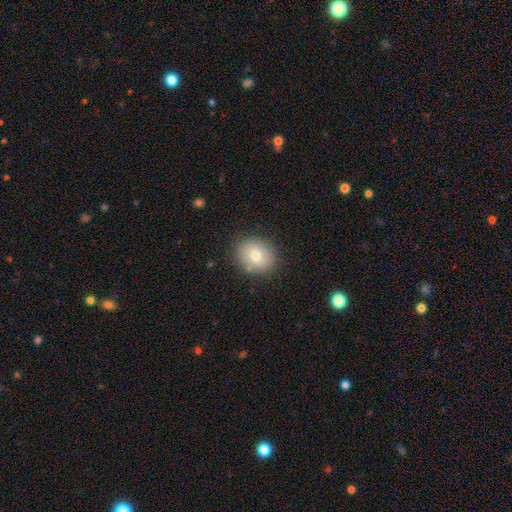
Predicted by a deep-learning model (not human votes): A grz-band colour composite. It shows a smooth galaxy with no disk features (77%) that is round (65%). Merging: none (85%).